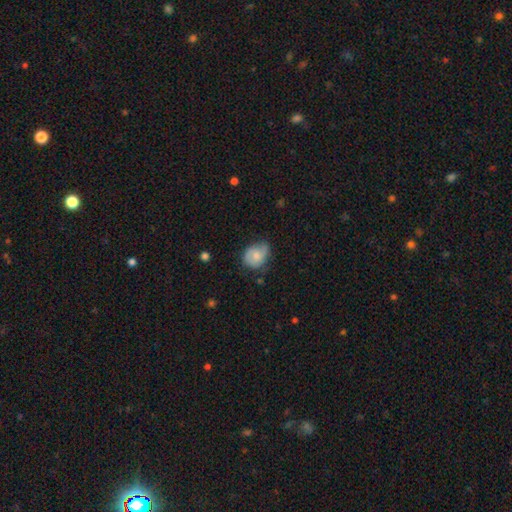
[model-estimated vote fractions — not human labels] Smooth or featured?
  - smooth: 58% *
  - featured or disk: 34%
  - star or artifact: 8%
How rounded?
  - in between: 54% *
  - round: 45%
  - cigar-shaped: 1%
Merging?
  - none: 56% *
  - minor disturbance: 33%
  - major disturbance: 9%
  - merger: 2%